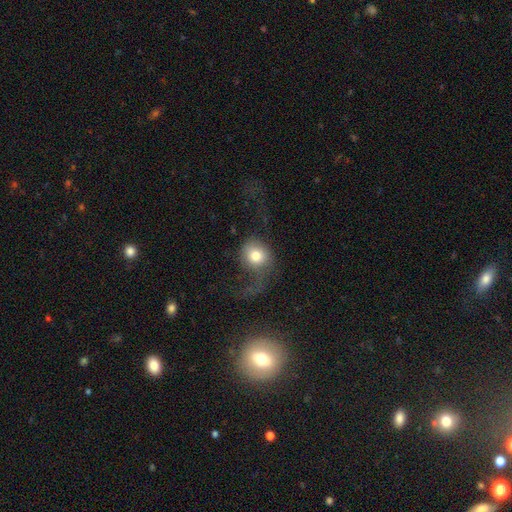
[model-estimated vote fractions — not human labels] Smooth or featured?
  - smooth: 71% *
  - featured or disk: 20%
  - star or artifact: 9%
How rounded?
  - round: 77% *
  - in between: 22%
  - cigar-shaped: 1%
Merging?
  - major disturbance: 51% *
  - none: 30%
  - minor disturbance: 17%
  - merger: 3%